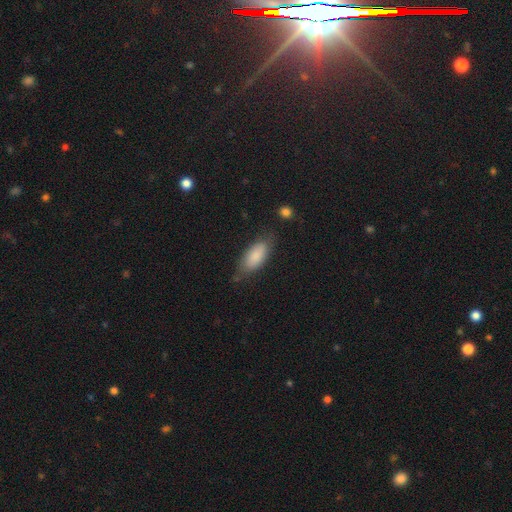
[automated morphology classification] A smooth galaxy with no disk features (85%) that is in between round and cigar-shaped (83%). Merging: none (70%).